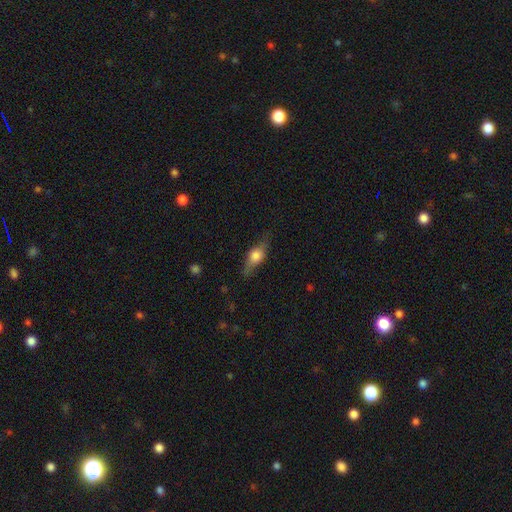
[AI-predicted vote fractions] Morphology: type=smooth (49%); merging=none (71%).